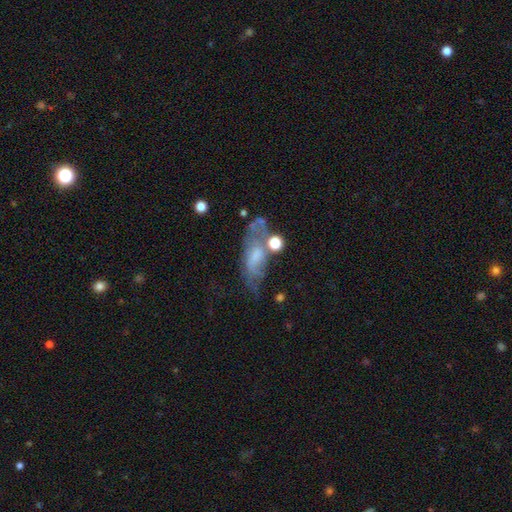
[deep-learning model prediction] Overall: featured or disk (54%; smooth 35%). Edge-on disk: no (85%). Merging: none (37%; major disturbance 26%).